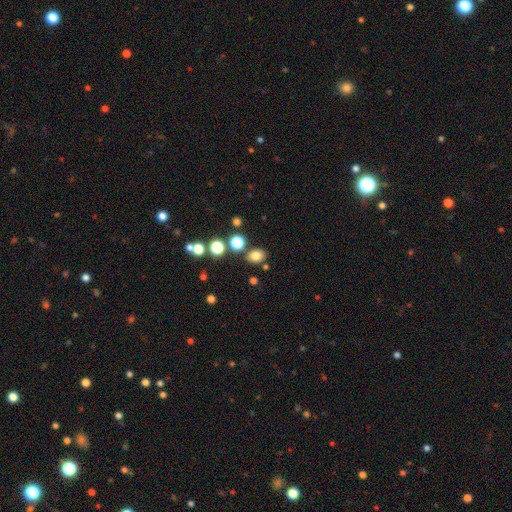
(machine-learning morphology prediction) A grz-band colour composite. It shows a smooth galaxy with no disk features (78%) that is in between round and cigar-shaped (58%). Merging: none (79%).